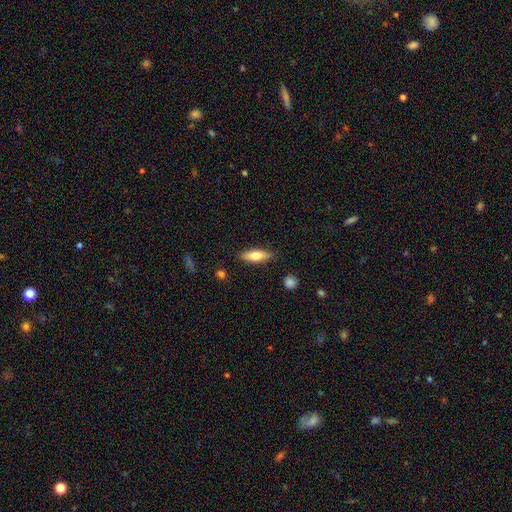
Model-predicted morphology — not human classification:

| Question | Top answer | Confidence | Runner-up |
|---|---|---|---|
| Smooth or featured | smooth | 67% | featured or disk (27%) |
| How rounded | in between | 53% | cigar-shaped (45%) |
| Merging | none | 86% | minor disturbance (10%) |